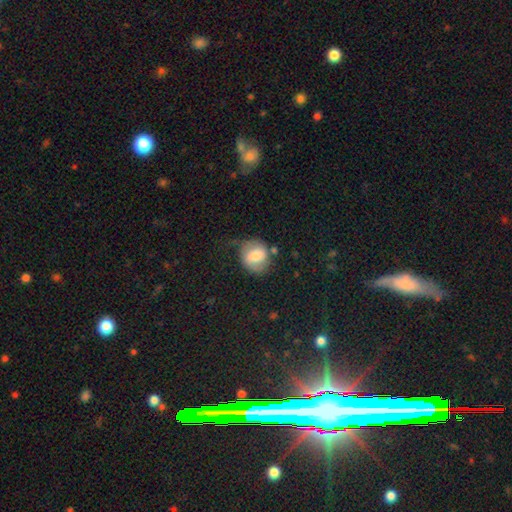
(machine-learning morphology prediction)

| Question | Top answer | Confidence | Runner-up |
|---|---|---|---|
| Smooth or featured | smooth | 61% | featured or disk (31%) |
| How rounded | round | 77% | in between (22%) |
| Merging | none | 52% | minor disturbance (26%) |